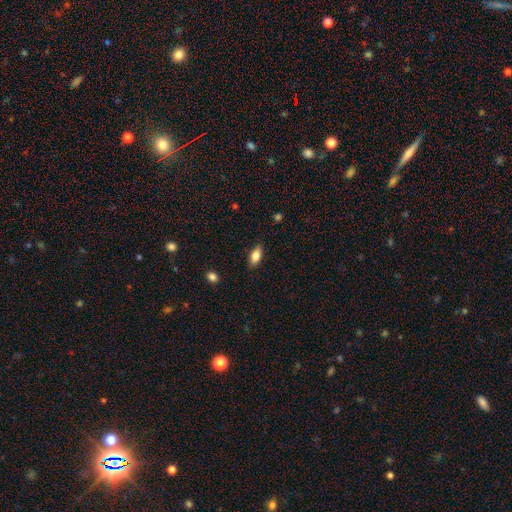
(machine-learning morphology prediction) Q: Smooth or featured?
A: smooth (83%); runner-up: featured or disk (10%)
Q: How rounded?
A: in between (88%); runner-up: cigar-shaped (9%)
Q: Merging?
A: none (86%); runner-up: minor disturbance (11%)